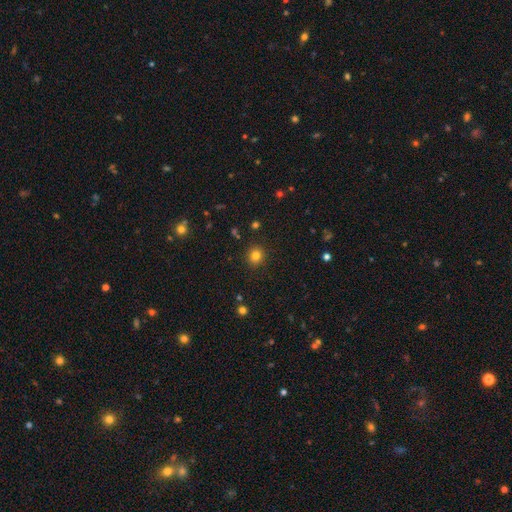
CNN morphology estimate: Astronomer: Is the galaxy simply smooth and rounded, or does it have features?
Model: smooth — 80%.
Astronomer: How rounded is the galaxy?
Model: round — 86%.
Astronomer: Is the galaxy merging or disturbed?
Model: none — 90%.